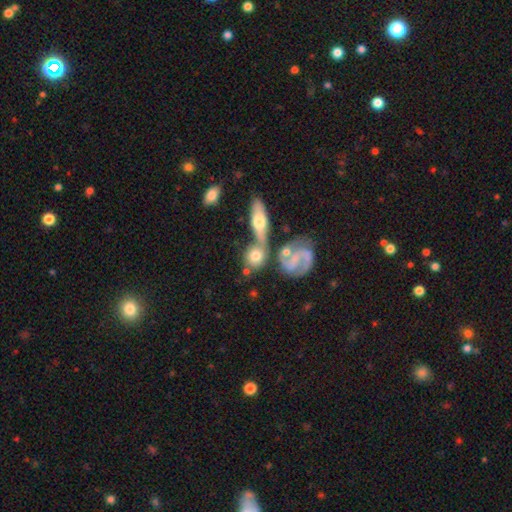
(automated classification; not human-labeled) Smooth or featured? Predicted: smooth (p=0.59). How rounded? Predicted: round (p=0.64). Merging? Predicted: none (p=0.44).